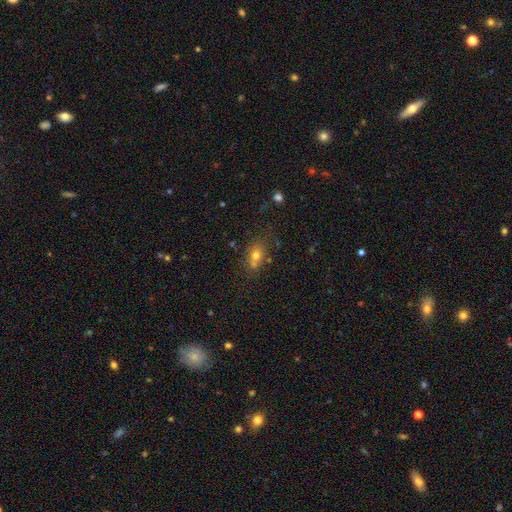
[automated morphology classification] This appears to be a smooth galaxy with no disk features (67%) that is in between round and cigar-shaped (55%). Merging: none (56%).